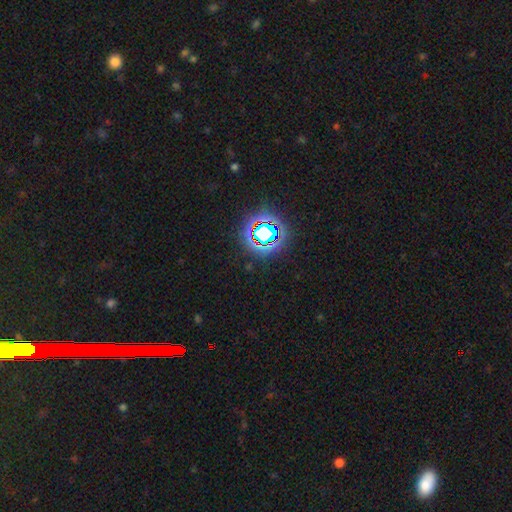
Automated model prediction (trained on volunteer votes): Smooth or featured? star or artifact (79%)